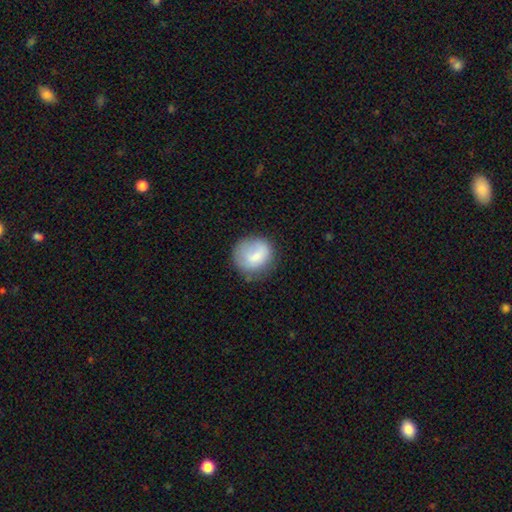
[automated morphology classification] This is likely a smooth galaxy (74%). How rounded: clearly round (82%). Merging: likely none (63%).